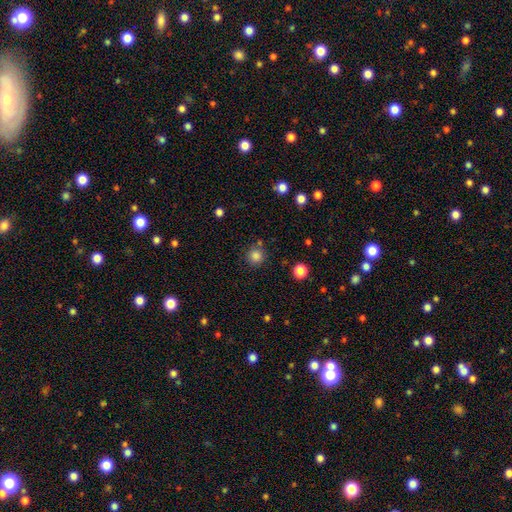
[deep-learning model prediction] Morphology: type=smooth (83%); roundness=round (93%); merging=none (83%).